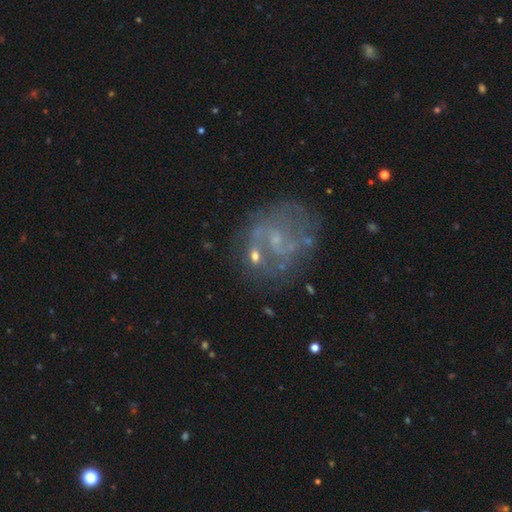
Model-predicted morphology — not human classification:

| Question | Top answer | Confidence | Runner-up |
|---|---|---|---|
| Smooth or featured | featured or disk | 74% | smooth (15%) |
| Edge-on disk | no | 98% | yes (2%) |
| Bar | no | 55% | weak (38%) |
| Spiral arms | yes | 75% | no (25%) |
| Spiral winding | medium | 46% | loose (28%) |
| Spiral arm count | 2 | 53% | can't tell (26%) |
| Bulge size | small | 59% | none (23%) |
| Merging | none | 58% | minor disturbance (19%) |